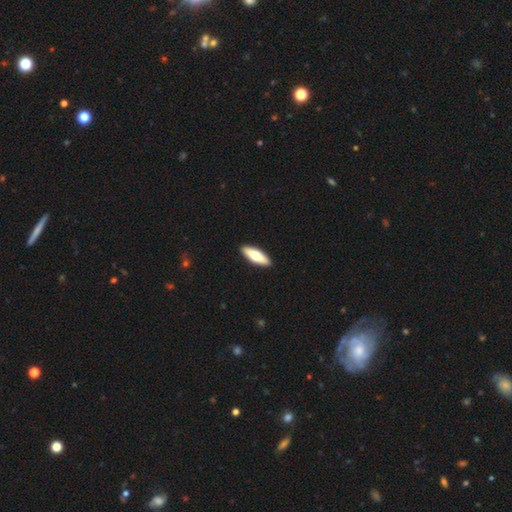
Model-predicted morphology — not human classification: A smooth galaxy with no disk features (64%) that is in between round and cigar-shaped (52%). Merging: none (91%).